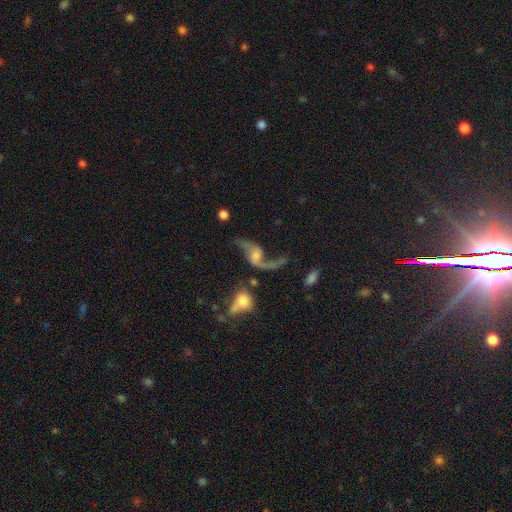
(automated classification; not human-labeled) Morphology: type=featured or disk (86%); edge-on=no (95%); bar=no (54%); spiral arms=yes (94%); winding=loose (91%); arm count=2 (89%); bulge=small (43%); merging=none (56%).